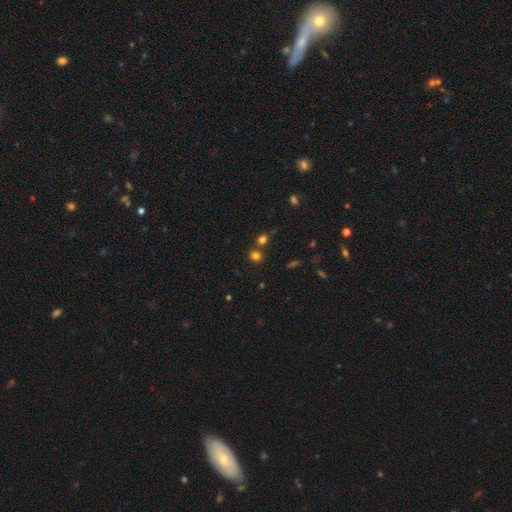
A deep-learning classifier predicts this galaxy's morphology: smooth 74%, star or artifact 20%, featured or disk 6%. Down the decision tree: how rounded — round (85%); merging — none (72%).